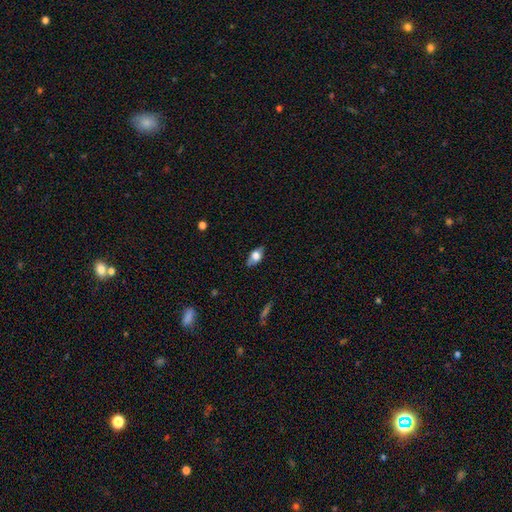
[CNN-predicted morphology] Smooth or featured? Predicted: smooth (p=0.60). How rounded? Predicted: in between (p=0.84). Merging? Predicted: none (p=0.79).